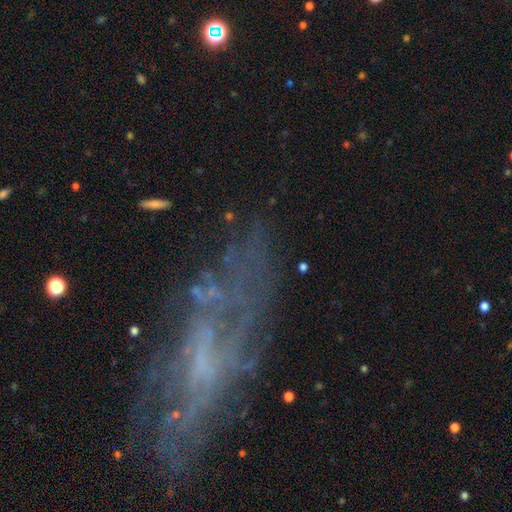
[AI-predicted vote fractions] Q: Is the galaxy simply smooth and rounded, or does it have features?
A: featured or disk — 66%.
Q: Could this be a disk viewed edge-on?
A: no — 84%.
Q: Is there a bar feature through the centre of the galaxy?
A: no — 57%.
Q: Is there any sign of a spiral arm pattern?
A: yes — 53%.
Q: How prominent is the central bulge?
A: none — 55%.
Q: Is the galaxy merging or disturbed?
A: none — 59%.